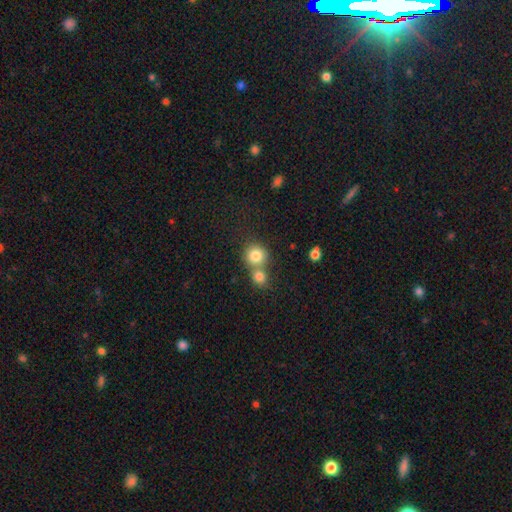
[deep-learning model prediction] The model was most divided on "merging": merger: 46%, none: 45%, minor disturbance: 6%, major disturbance: 3%. More confident: how rounded — round (89%); smooth or featured — smooth (81%).